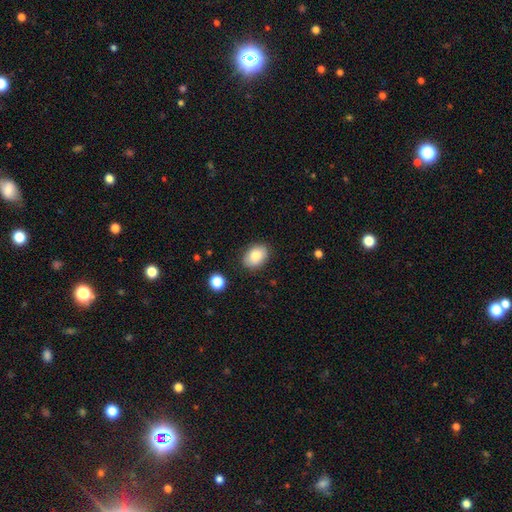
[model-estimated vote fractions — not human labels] smooth-or-featured: smooth: 82% | featured or disk: 10% | star or artifact: 8%
  how-rounded: in between: 75% | round: 24% | cigar-shaped: 1%
  merging: none: 84% | minor disturbance: 12% | major disturbance: 3% | merger: 2%